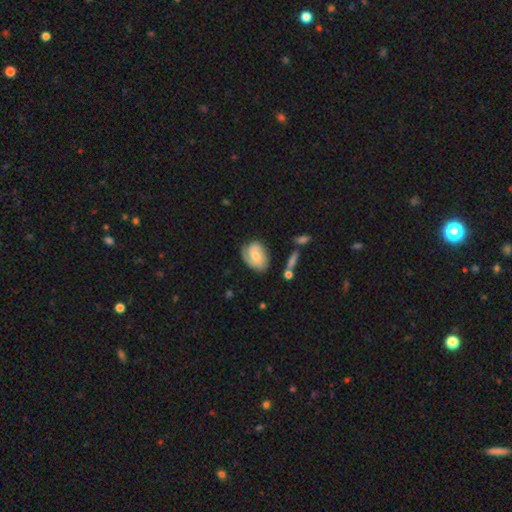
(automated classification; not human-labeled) A featured or disk galaxy (65%) with no bar (55%), 2 (53%) tight (49%) spiral arms (91%) and a moderate central bulge (50%).

Vote fractions:
- Smooth or featured? featured or disk: 65% / smooth: 29% / star or artifact: 6%
- Edge-on disk? no: 96% / yes: 4%
- Bar? no: 55% / weak: 38% / strong: 7%
- Spiral arms? yes: 91% / no: 9%
- Spiral winding? tight: 49% / medium: 36% / loose: 15%
- Spiral arm count? 2: 53% / can't tell: 19% / 1: 17% / 3: 8% / 4: 2% / more than 4: 2%
- Bulge size? moderate: 50% / small: 42% / none: 4% / large: 4% / dominant: 1%
- Merging? none: 66% / minor disturbance: 23% / major disturbance: 8% / merger: 3%